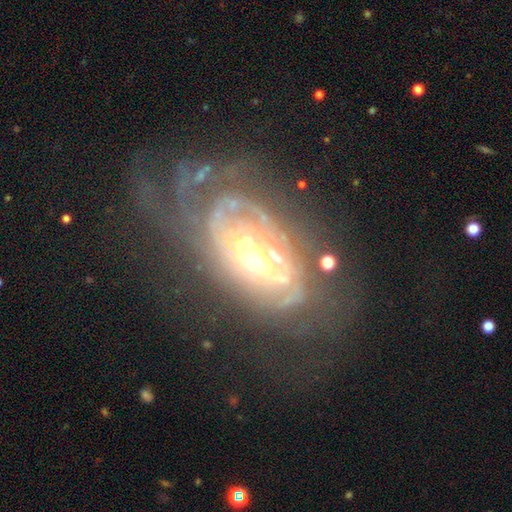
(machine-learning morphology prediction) This appears to be a featured or disk galaxy (85%) with no bar (56%), tight (65%) spiral arms (88%) and a moderate central bulge (56%). Merging: none (52%).